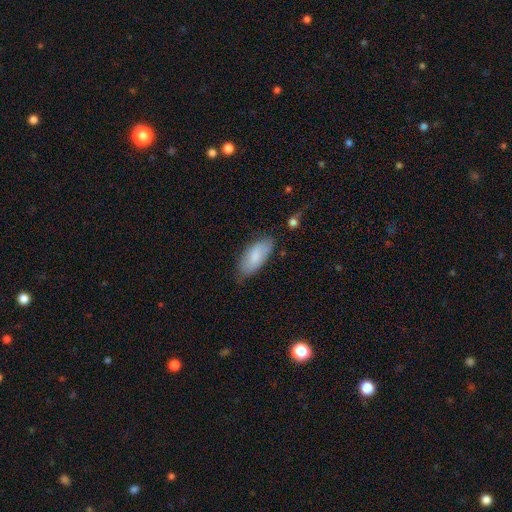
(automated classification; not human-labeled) The model was most divided on "merging": none: 73%, minor disturbance: 21%, major disturbance: 4%, merger: 2%. More confident: how rounded — in between (86%); smooth or featured — smooth (82%).